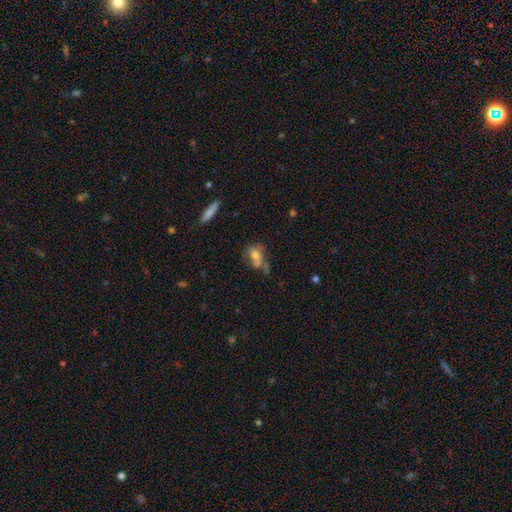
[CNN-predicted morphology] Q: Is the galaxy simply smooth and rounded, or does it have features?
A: smooth — 54%.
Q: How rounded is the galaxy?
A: in between — 71%.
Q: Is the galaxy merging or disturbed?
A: none — 37%.